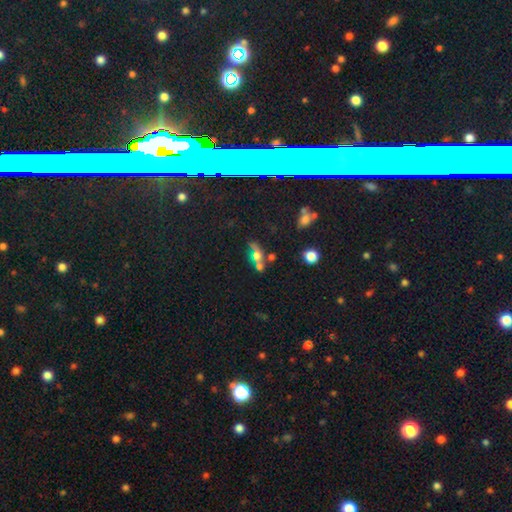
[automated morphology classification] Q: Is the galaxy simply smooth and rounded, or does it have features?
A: smooth — 43%.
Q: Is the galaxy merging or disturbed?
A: merger — 37%.